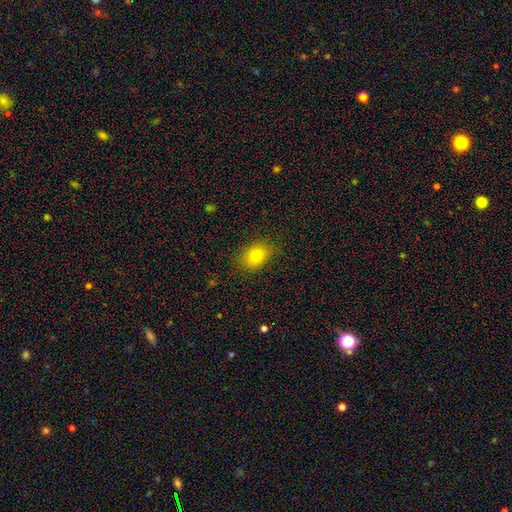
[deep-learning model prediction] Smooth or featured: smooth — 78% (star or artifact — 11%)
How rounded: in between — 71% (round — 28%)
Merging: none — 83% (minor disturbance — 13%)